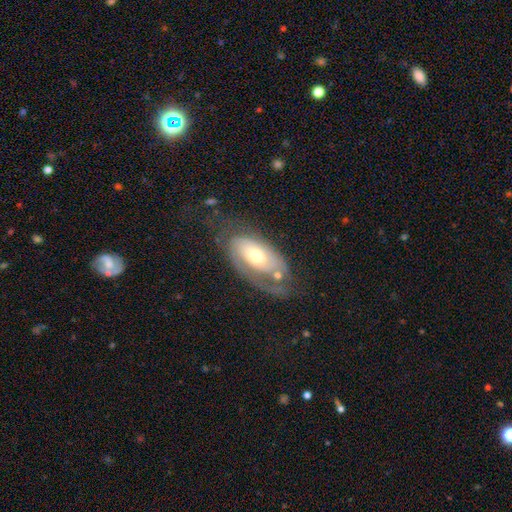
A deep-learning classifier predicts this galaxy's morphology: smooth-or-featured: featured or disk: 69% | smooth: 25% | star or artifact: 6%
  disk-edge-on: no: 92% | yes: 8%
    bar: no: 74% | weak: 20% | strong: 6%
    has-spiral-arms: yes: 77% | no: 23%
    bulge-size: moderate: 65% | small: 24% | large: 9% | dominant: 1% | none: 1%
  merging: none: 41% | major disturbance: 30% | minor disturbance: 22% | merger: 7%